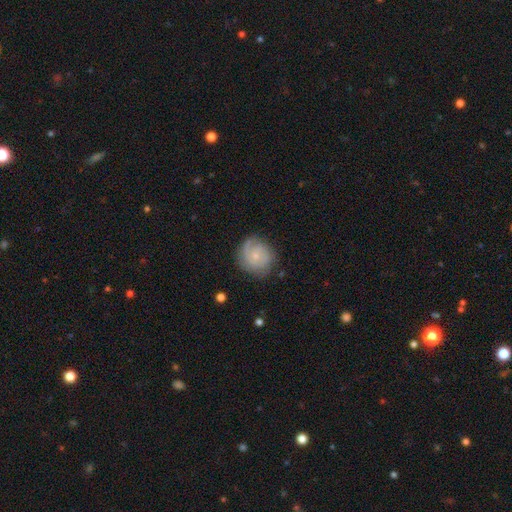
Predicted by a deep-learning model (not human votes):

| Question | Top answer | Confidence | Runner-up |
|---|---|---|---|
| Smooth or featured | featured or disk | 64% | smooth (29%) |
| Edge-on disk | no | 98% | yes (2%) |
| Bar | no | 76% | weak (21%) |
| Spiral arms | yes | 92% | no (8%) |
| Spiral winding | tight | 58% | medium (31%) |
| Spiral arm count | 2 | 30% | can't tell (29%) |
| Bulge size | small | 77% | moderate (15%) |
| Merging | none | 75% | minor disturbance (17%) |